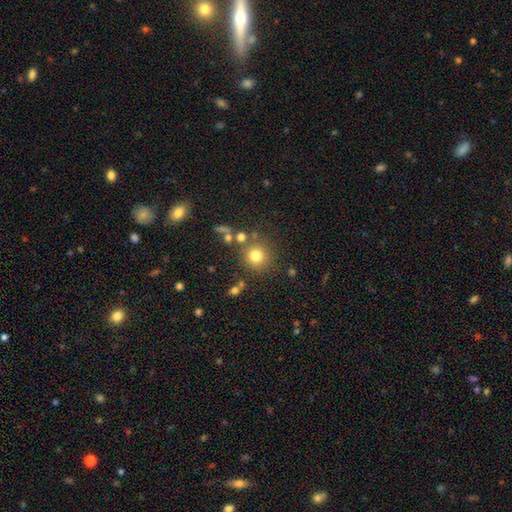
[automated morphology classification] smooth_or_featured: smooth (p=0.76) [alt: star or artifact p=0.15]
how_rounded: round (p=0.92) [alt: in between p=0.07]
merging: none (p=0.78) [alt: minor disturbance p=0.09]